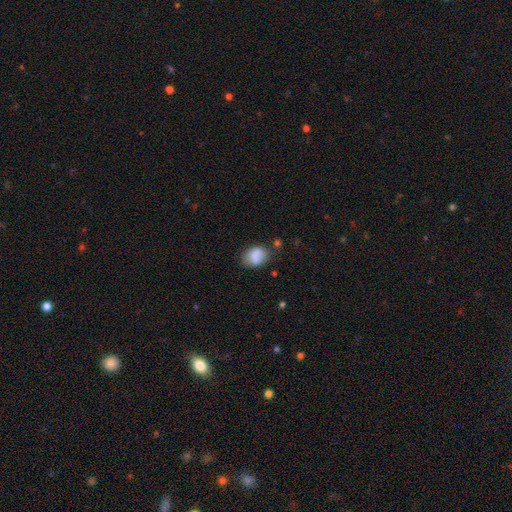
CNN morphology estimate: This is clearly a smooth galaxy (80%). How rounded: likely in between (67%). Merging: possibly none (60%).